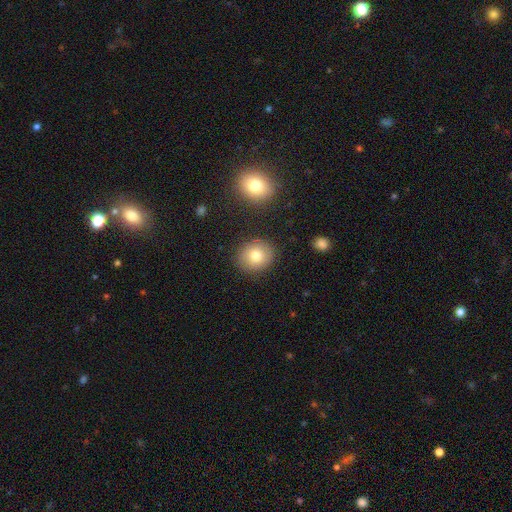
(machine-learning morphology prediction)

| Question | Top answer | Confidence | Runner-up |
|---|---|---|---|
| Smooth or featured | smooth | 78% | featured or disk (12%) |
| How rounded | round | 72% | in between (28%) |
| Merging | none | 87% | minor disturbance (9%) |